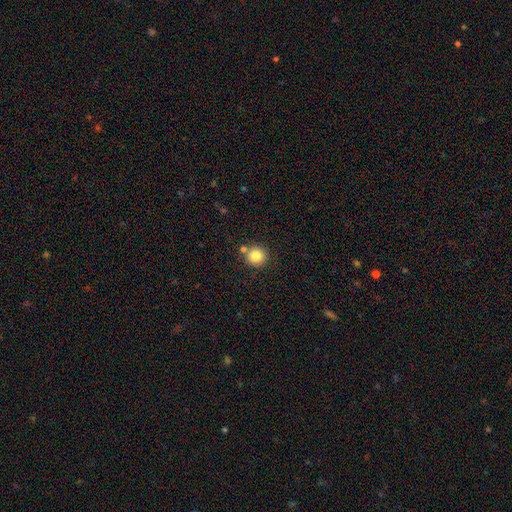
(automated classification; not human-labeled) smooth 83%, star or artifact 10%, featured or disk 6%. Down the decision tree: how rounded — round (94%); merging — none (77%).